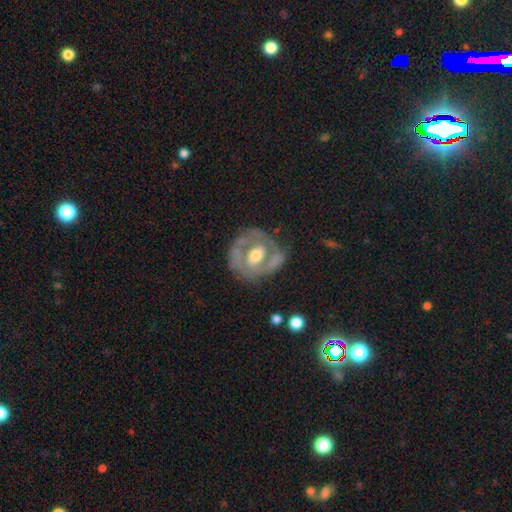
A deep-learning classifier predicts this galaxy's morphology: A featured or disk galaxy (73%) with no bar (48%), spiral arms (56%) and a moderate central bulge (69%).

Vote fractions:
- Smooth or featured? featured or disk: 73% / smooth: 21% / star or artifact: 5%
- Edge-on disk? no: 96% / yes: 4%
- Bar? no: 48% / weak: 35% / strong: 17%
- Spiral arms? yes: 56% / no: 44%
- Bulge size? moderate: 69% / small: 14% / large: 14% / none: 2% / dominant: 1%
- Merging? none: 63% / minor disturbance: 22% / major disturbance: 12% / merger: 3%